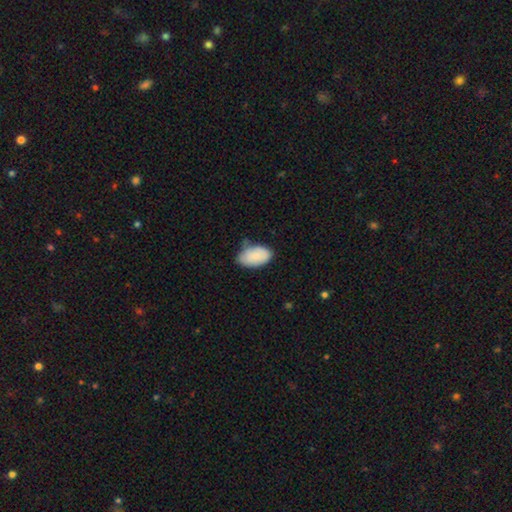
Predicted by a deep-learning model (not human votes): Smooth or featured? smooth (85%)
How rounded? in between (94%)
Merging? none (56%)